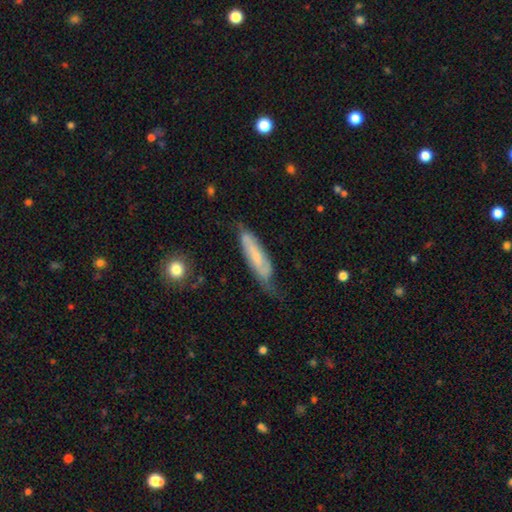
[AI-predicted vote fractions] smooth_or_featured: featured or disk (p=0.51) [alt: smooth p=0.42]
disk_edge_on: no (p=0.65) [alt: yes p=0.35]
merging: none (p=0.52) [alt: minor disturbance p=0.32]